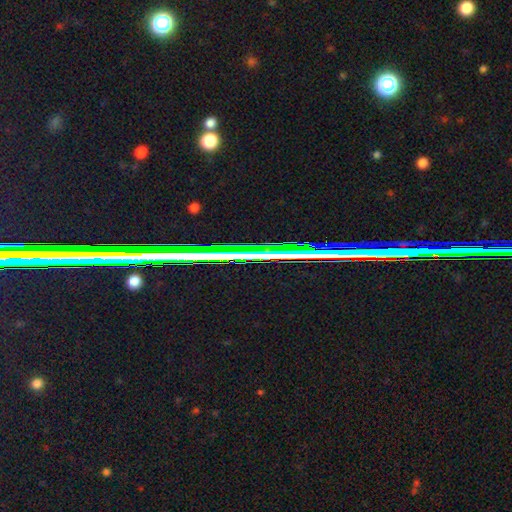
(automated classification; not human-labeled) Smooth or featured? Predicted: star or artifact (p=0.76).